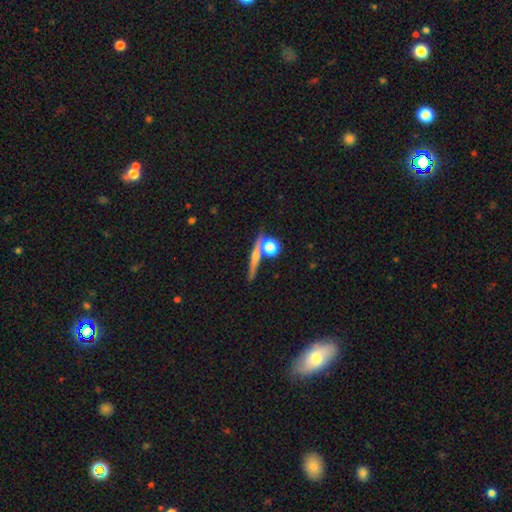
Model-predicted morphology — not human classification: Smooth or featured? Predicted: featured or disk (p=0.48). Merging? Predicted: none (p=0.72).